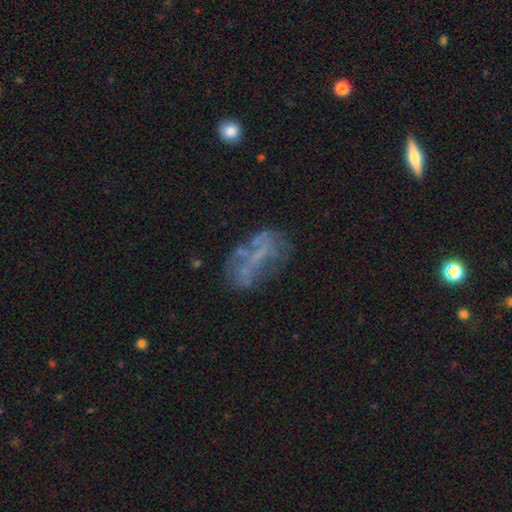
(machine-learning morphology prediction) smooth_or_featured: featured or disk (p=0.54) [alt: smooth p=0.27]
disk_edge_on: no (p=0.94) [alt: yes p=0.06]
bar: no (p=0.79) [alt: weak p=0.14]
has_spiral_arms: no (p=0.79) [alt: yes p=0.21]
bulge_size: none (p=0.75) [alt: small p=0.17]
merging: none (p=0.52) [alt: major disturbance p=0.20]